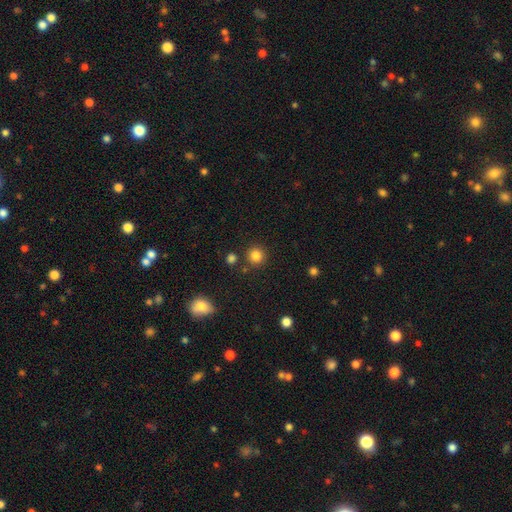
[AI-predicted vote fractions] Smooth or featured: smooth — 84% (star or artifact — 12%)
How rounded: round — 93% (in between — 6%)
Merging: none — 86% (minor disturbance — 7%)